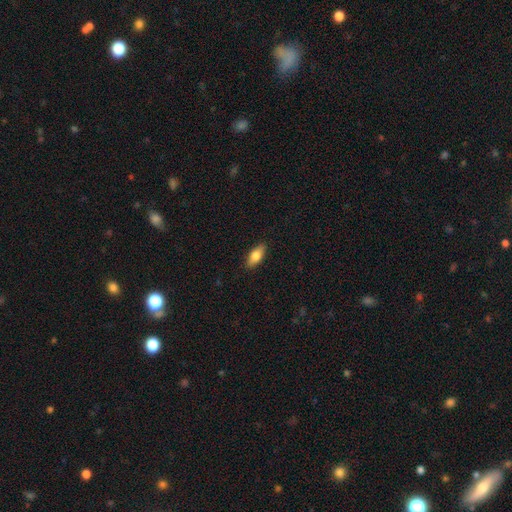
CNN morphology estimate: Overall: smooth (77%). How rounded: in between (79%). Merging: none (88%).